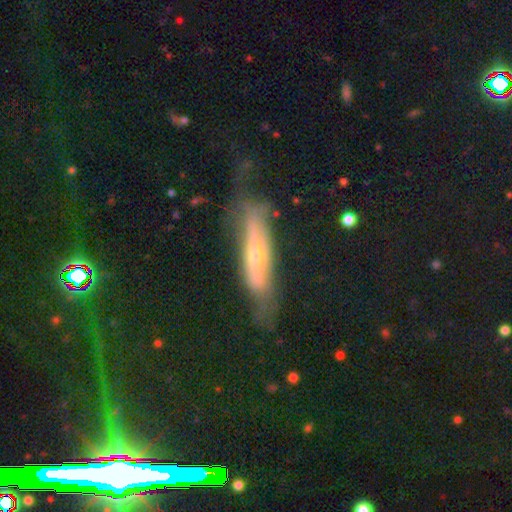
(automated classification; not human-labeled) smooth-or-featured: featured or disk: 65% | smooth: 27% | star or artifact: 8%
  disk-edge-on: yes: 61% | no: 39%
  merging: none: 52% | minor disturbance: 28% | major disturbance: 18% | merger: 3%